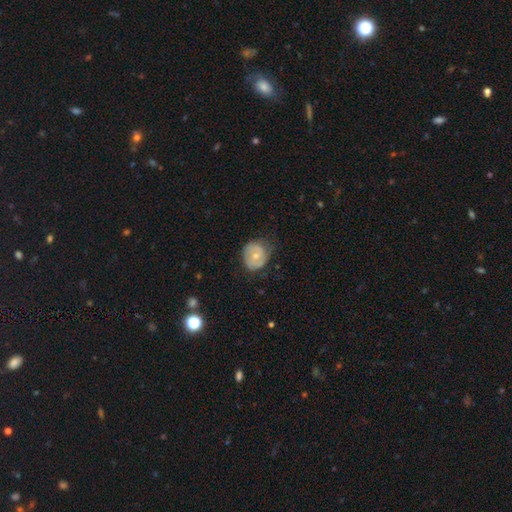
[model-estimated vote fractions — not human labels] Morphology: type=featured or disk (49%); merging=none (58%).